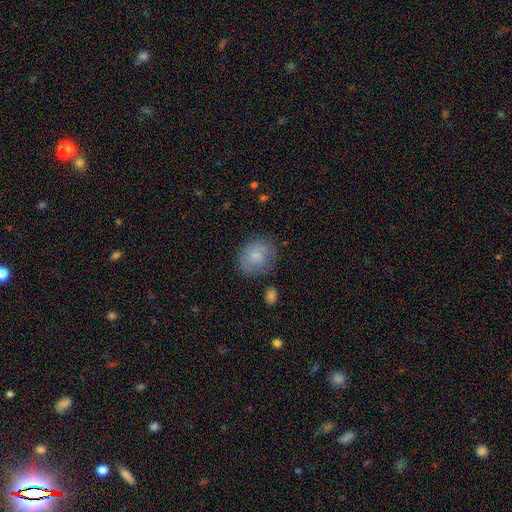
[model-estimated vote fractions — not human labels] This appears to be a smooth galaxy with no disk features (74%) that is round (64%). Merging: none (71%).